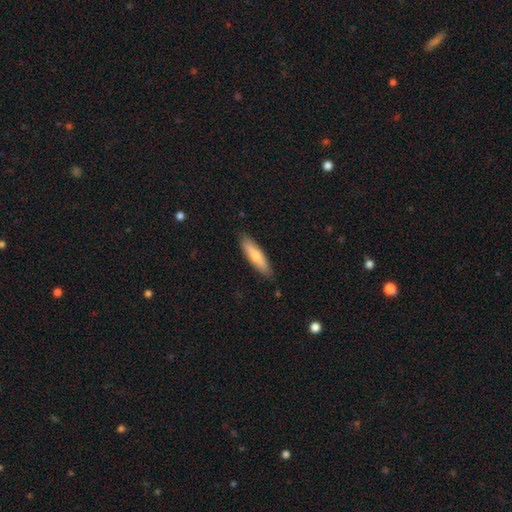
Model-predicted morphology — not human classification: Smooth or featured: smooth — 67% (featured or disk — 28%)
How rounded: cigar-shaped — 70% (in between — 28%)
Merging: none — 86% (minor disturbance — 11%)